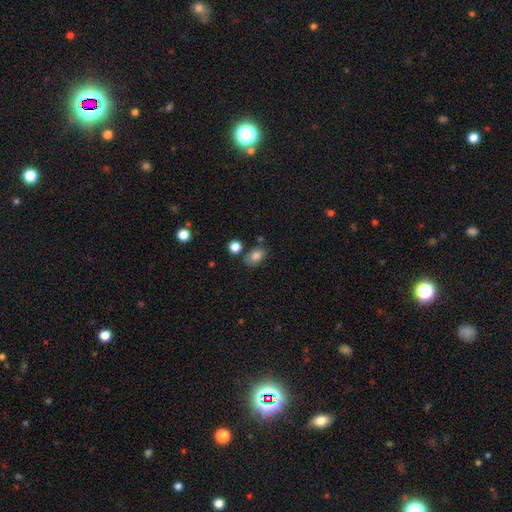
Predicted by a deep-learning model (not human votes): Smooth or featured? smooth (81%)
How rounded? in between (80%)
Merging? none (69%)